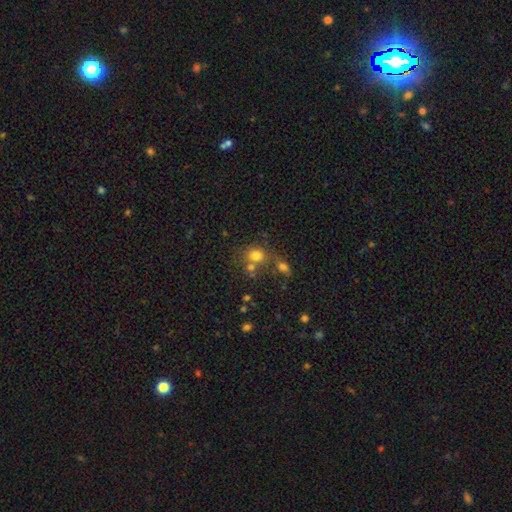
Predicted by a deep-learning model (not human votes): Q: Smooth or featured?
A: smooth (75%); runner-up: star or artifact (14%)
Q: How rounded?
A: round (73%); runner-up: in between (26%)
Q: Merging?
A: none (48%); runner-up: merger (35%)